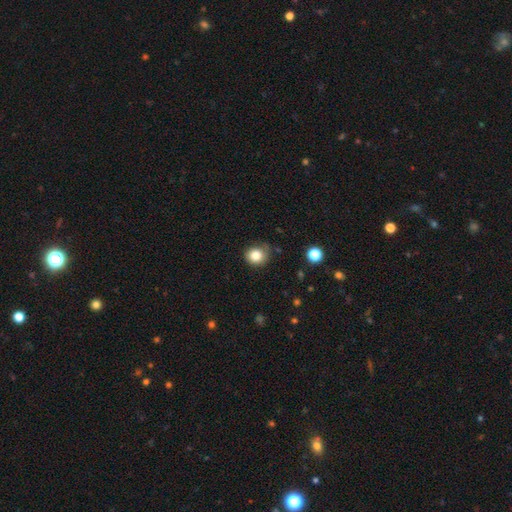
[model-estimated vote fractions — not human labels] Smooth or featured: smooth — 83% (star or artifact — 11%)
How rounded: round — 78% (in between — 21%)
Merging: none — 73% (minor disturbance — 21%)